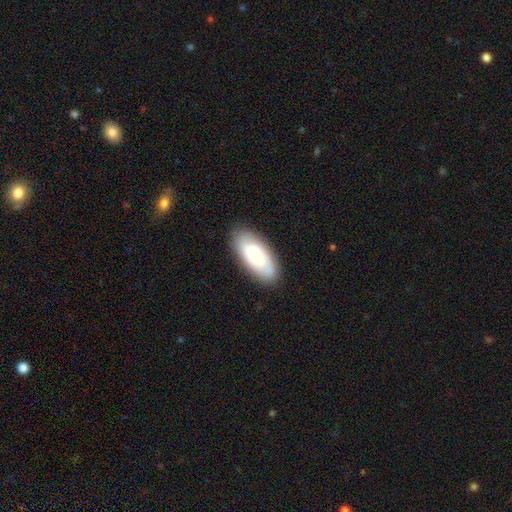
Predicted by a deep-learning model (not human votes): Smooth or featured?
  - smooth: 58% *
  - featured or disk: 36%
  - star or artifact: 6%
How rounded?
  - in between: 87% *
  - cigar-shaped: 11%
  - round: 3%
Merging?
  - none: 83% *
  - minor disturbance: 12%
  - major disturbance: 3%
  - merger: 1%